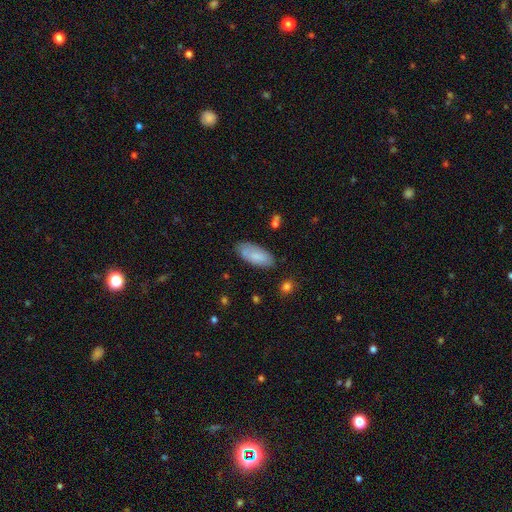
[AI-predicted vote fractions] The model was most divided on "merging": none: 74%, minor disturbance: 19%, major disturbance: 4%, merger: 3%. More confident: how rounded — in between (86%); smooth or featured — smooth (78%).